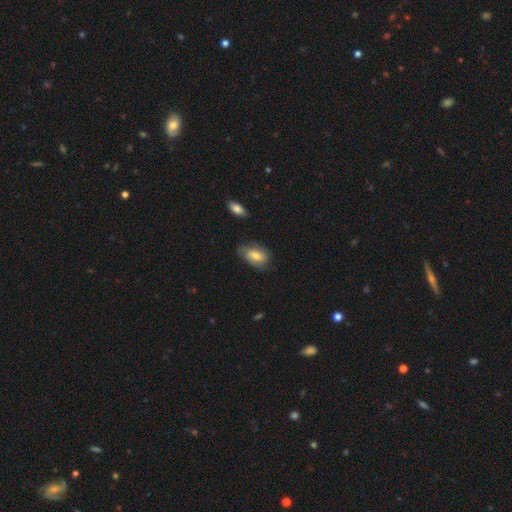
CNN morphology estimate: Smooth or featured: smooth — 69% (featured or disk — 24%)
How rounded: in between — 89% (round — 8%)
Merging: none — 61% (minor disturbance — 29%)